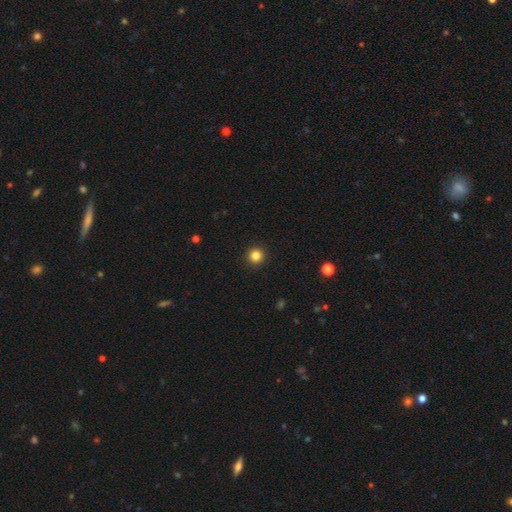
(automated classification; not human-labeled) Smooth or featured? smooth (84%)
How rounded? round (95%)
Merging? none (93%)